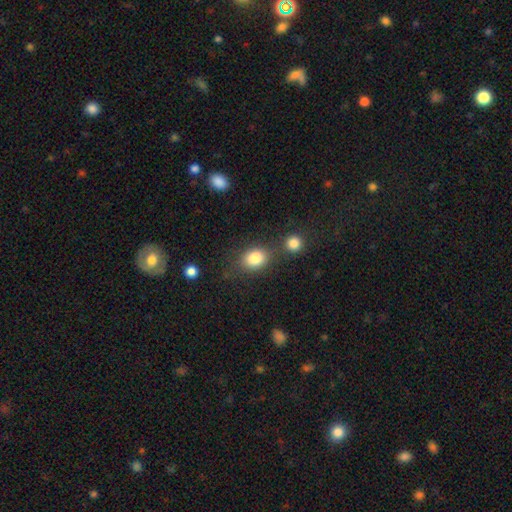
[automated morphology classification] A smooth galaxy with no disk features (83%) that is in between round and cigar-shaped (59%). Merging: none (63%).